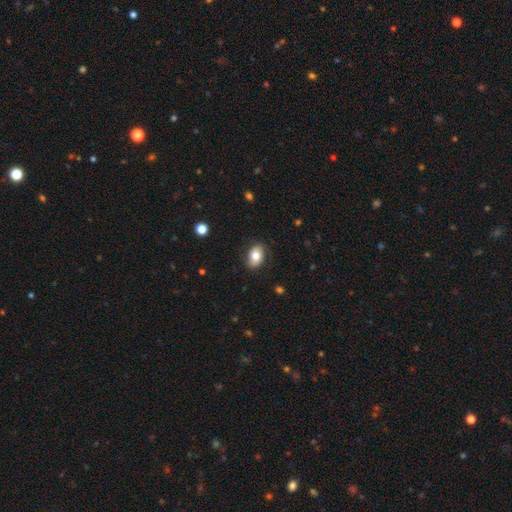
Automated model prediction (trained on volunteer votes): The model was most divided on "smooth or featured": smooth: 74%, featured or disk: 19%, star or artifact: 7%. More confident: how rounded — in between (85%); merging — none (80%).